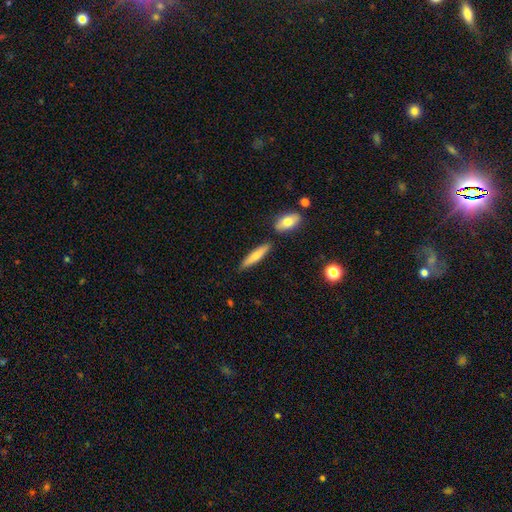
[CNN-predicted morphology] Smooth or featured: smooth — 74% (featured or disk — 21%)
How rounded: cigar-shaped — 81% (in between — 17%)
Merging: none — 80% (minor disturbance — 11%)